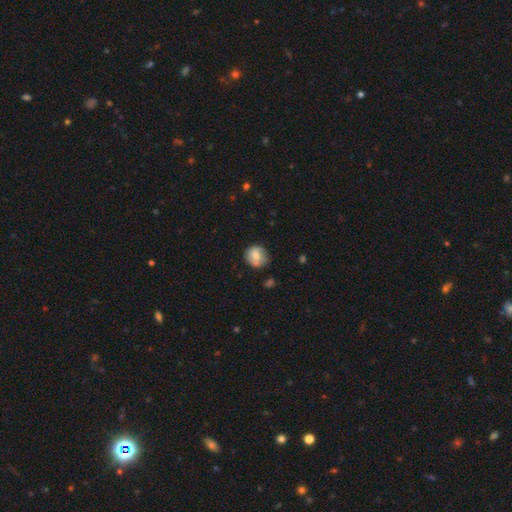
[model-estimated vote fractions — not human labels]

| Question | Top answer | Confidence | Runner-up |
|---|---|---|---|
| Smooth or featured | smooth | 70% | featured or disk (22%) |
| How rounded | round | 88% | in between (11%) |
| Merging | none | 79% | minor disturbance (16%) |